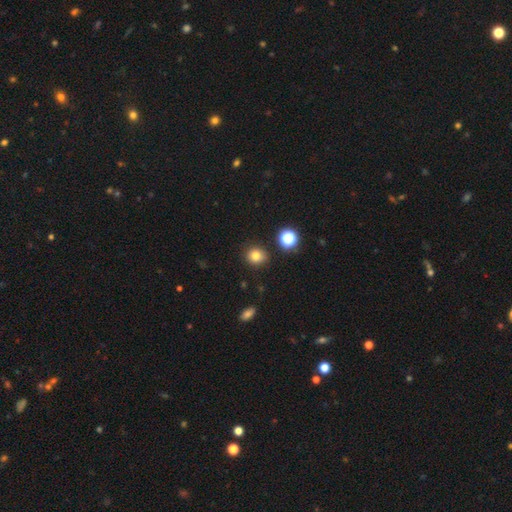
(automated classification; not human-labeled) A smooth galaxy with no disk features (79%) that is round (83%).

Vote fractions:
- Smooth or featured? smooth: 79% / star or artifact: 14% / featured or disk: 7%
- How rounded? round: 83% / in between: 16% / cigar-shaped: 1%
- Merging? none: 87% / minor disturbance: 8% / merger: 3% / major disturbance: 2%